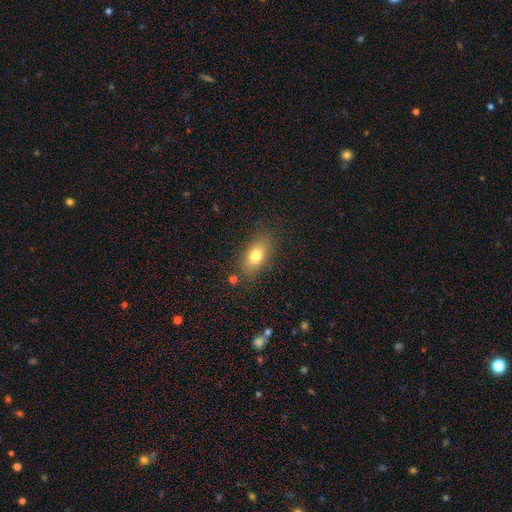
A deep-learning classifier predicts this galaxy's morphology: type=smooth (77%); roundness=in between (86%); merging=none (81%).